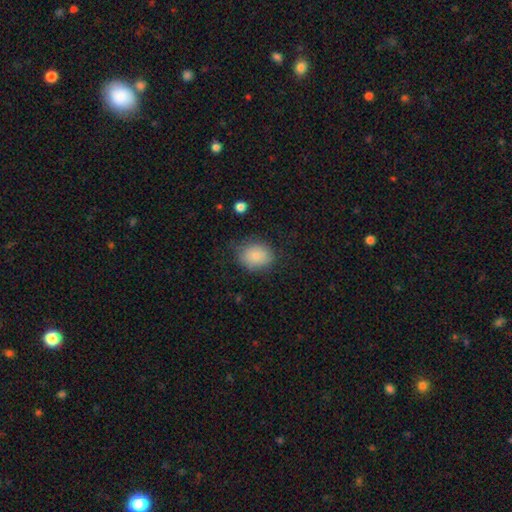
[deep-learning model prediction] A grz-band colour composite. It shows a smooth galaxy with no disk features (84%) that is in between round and cigar-shaped (53%). Merging: none (70%).